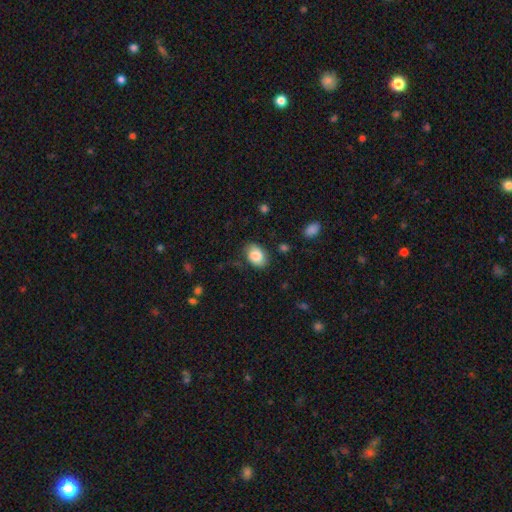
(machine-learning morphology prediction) Smooth or featured? smooth (81%)
How rounded? in between (82%)
Merging? none (77%)